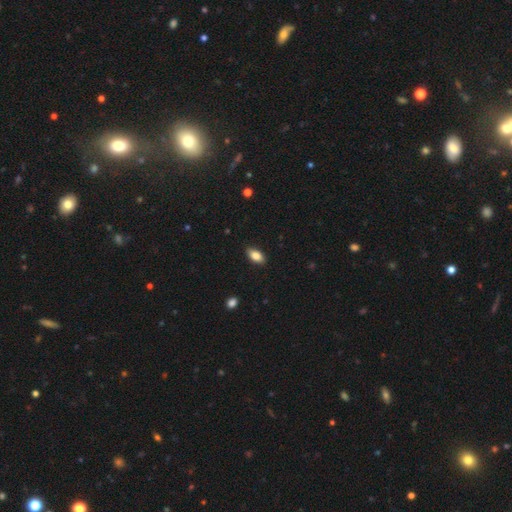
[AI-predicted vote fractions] This appears to be a smooth galaxy with no disk features (85%) that is in between round and cigar-shaped (91%). Merging: none (87%).